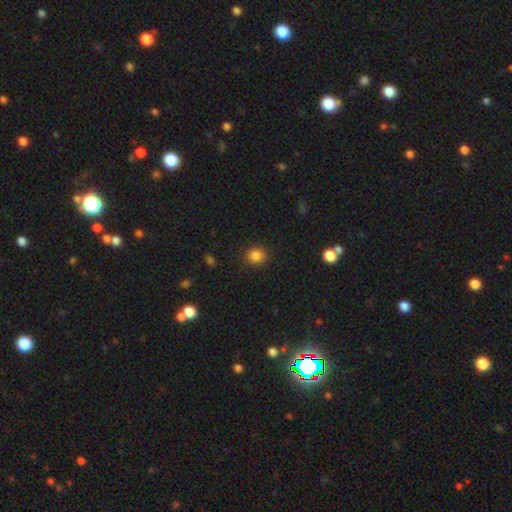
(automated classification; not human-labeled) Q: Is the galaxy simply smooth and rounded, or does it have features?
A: smooth — 84%.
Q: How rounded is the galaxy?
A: round — 83%.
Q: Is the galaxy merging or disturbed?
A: none — 89%.